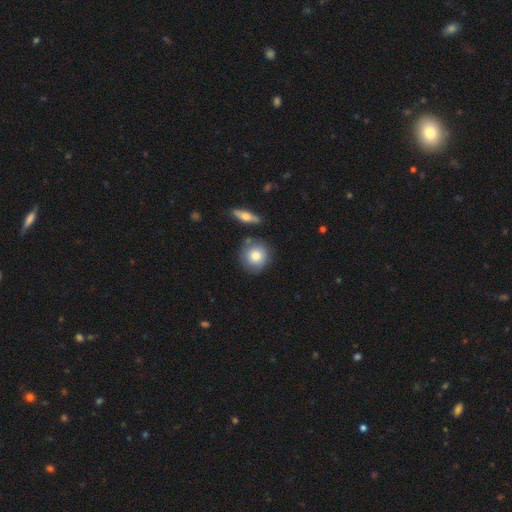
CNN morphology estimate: Smooth or featured? Predicted: smooth (p=0.78). How rounded? Predicted: round (p=0.88). Merging? Predicted: none (p=0.76).